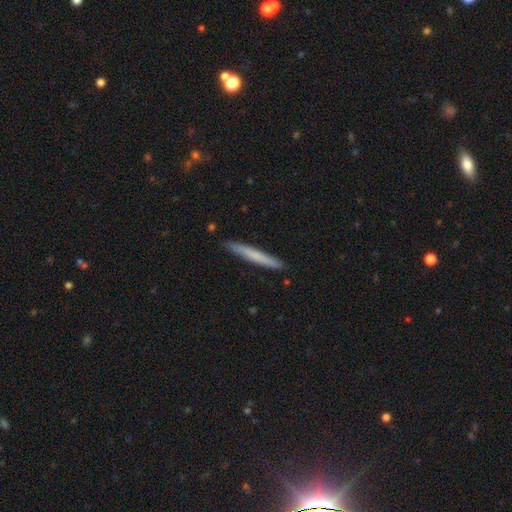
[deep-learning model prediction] A smooth galaxy with no disk features (66%) that is cigar-shaped (96%). Merging: none (89%).